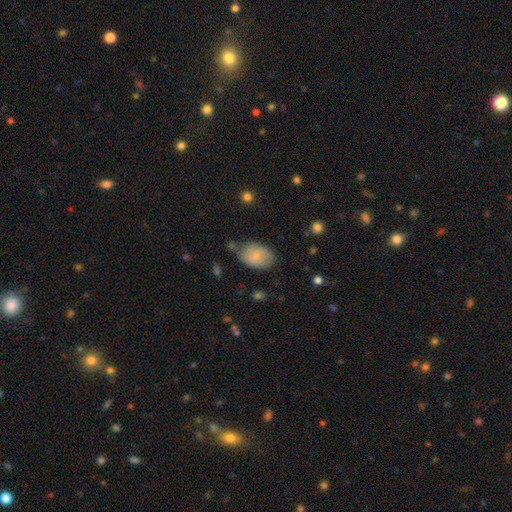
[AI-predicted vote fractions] smooth 79%, featured or disk 14%, star or artifact 7%. Down the decision tree: how rounded — in between (86%); merging — none (64%).